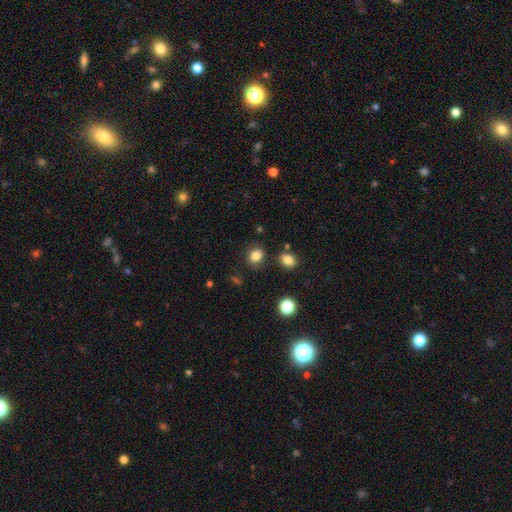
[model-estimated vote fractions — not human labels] smooth 84%, star or artifact 11%, featured or disk 5%. Down the decision tree: how rounded — round (59%); merging — none (80%).